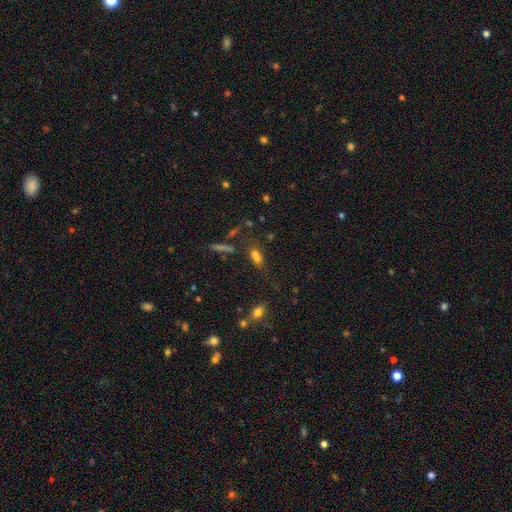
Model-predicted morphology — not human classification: Smooth or featured: smooth — 62% (star or artifact — 21%)
How rounded: in between — 59% (round — 27%)
Merging: merger — 44% (none — 37%)